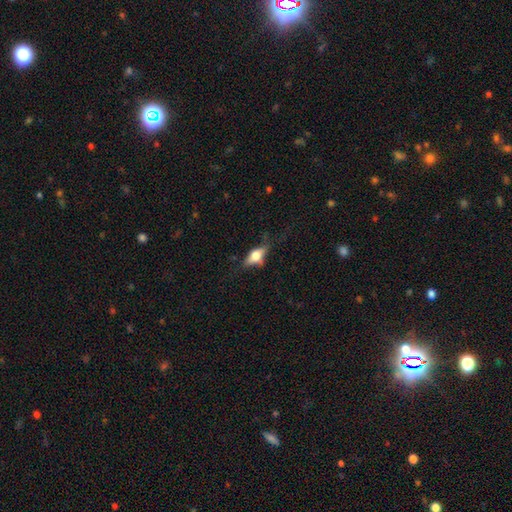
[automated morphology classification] The model was most divided on "smooth or featured": smooth: 48%, featured or disk: 44%, star or artifact: 9%. More confident: merging — none (62%).